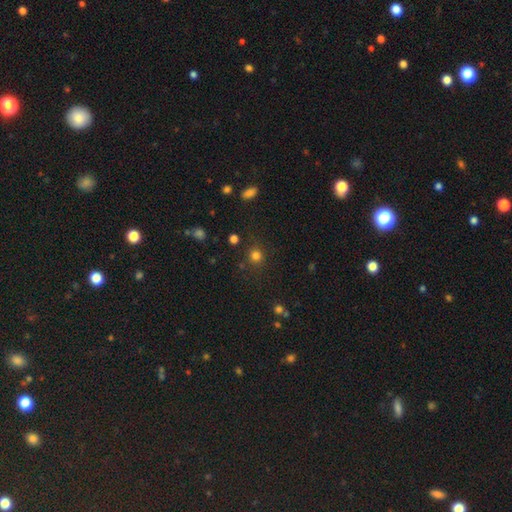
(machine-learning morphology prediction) Smooth or featured?
  - smooth: 78% *
  - star or artifact: 17%
  - featured or disk: 5%
How rounded?
  - round: 90% *
  - in between: 9%
  - cigar-shaped: 1%
Merging?
  - none: 84% *
  - minor disturbance: 9%
  - major disturbance: 4%
  - merger: 3%